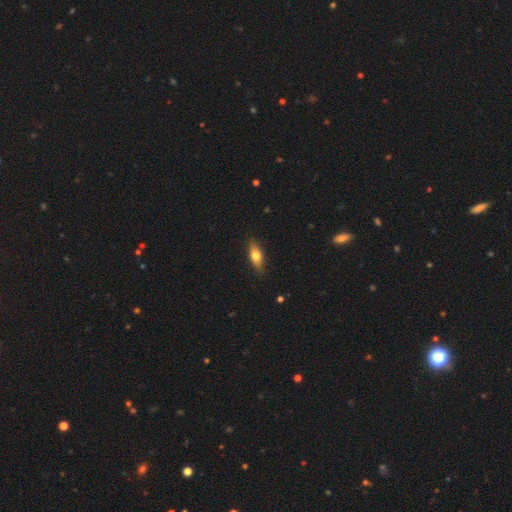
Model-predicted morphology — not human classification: The model was most divided on "how rounded": in between: 67%, cigar-shaped: 29%, round: 4%. More confident: merging — none (86%); smooth or featured — smooth (69%).